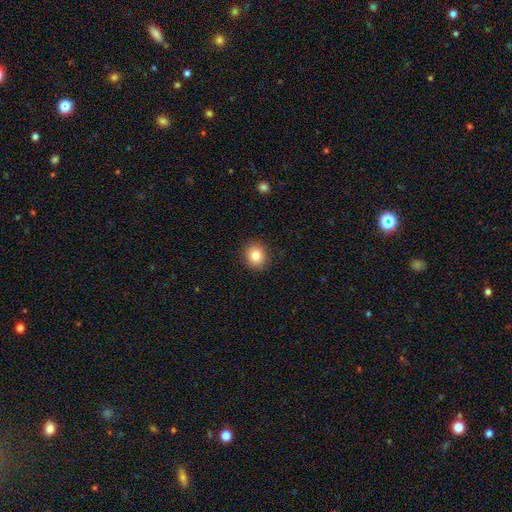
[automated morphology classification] smooth 82%, star or artifact 10%, featured or disk 8%. Down the decision tree: how rounded — round (78%); merging — none (91%).